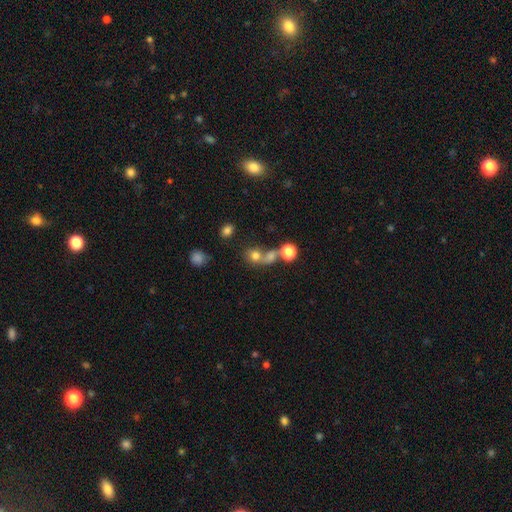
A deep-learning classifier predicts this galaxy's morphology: This appears to be a smooth galaxy with no disk features (72%) that is round (73%). Merging: merger (49%).